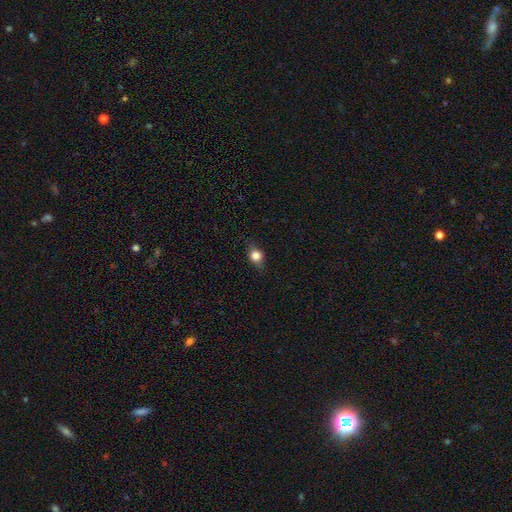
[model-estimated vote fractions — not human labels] smooth_or_featured: smooth (p=0.76) [alt: featured or disk p=0.13]
how_rounded: round (p=0.58) [alt: in between p=0.39]
merging: none (p=0.79) [alt: minor disturbance p=0.16]